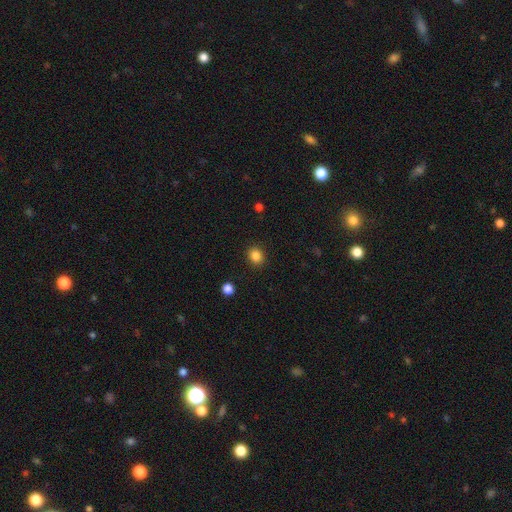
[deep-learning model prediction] Smooth or featured?
  - smooth: 86% *
  - star or artifact: 11%
  - featured or disk: 4%
How rounded?
  - round: 74% *
  - in between: 25%
  - cigar-shaped: 1%
Merging?
  - none: 91% *
  - minor disturbance: 6%
  - major disturbance: 2%
  - merger: 1%